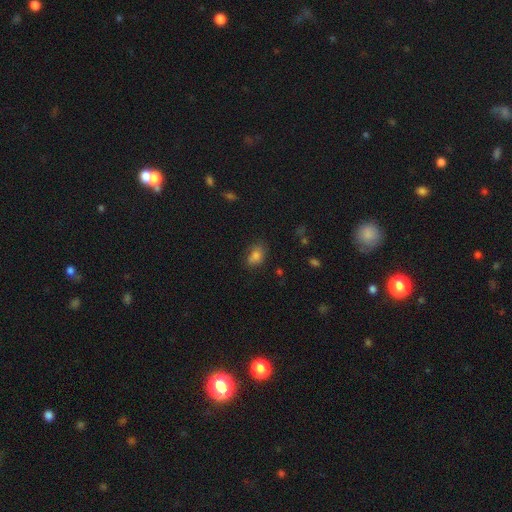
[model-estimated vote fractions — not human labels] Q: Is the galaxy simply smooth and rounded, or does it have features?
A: smooth — 79%.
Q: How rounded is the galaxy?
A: in between — 76%.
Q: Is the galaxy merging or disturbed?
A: none — 63%.